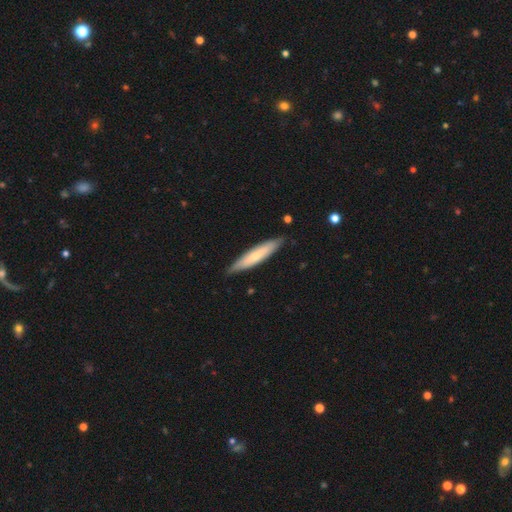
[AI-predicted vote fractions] A smooth galaxy with no disk features (62%) that is cigar-shaped (87%).

Vote fractions:
- Smooth or featured? smooth: 62% / featured or disk: 33% / star or artifact: 5%
- How rounded? cigar-shaped: 87% / in between: 12% / round: 1%
- Merging? none: 85% / minor disturbance: 12% / major disturbance: 2% / merger: 1%